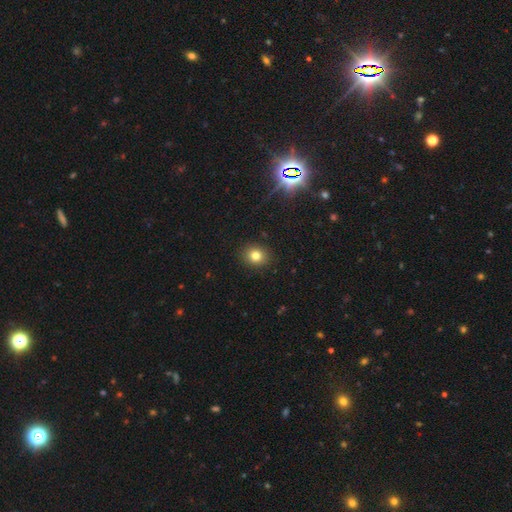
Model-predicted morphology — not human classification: smooth-or-featured: smooth: 79% | star or artifact: 13% | featured or disk: 8%
  how-rounded: round: 69% | in between: 30% | cigar-shaped: 1%
  merging: none: 90% | minor disturbance: 7% | major disturbance: 2% | merger: 1%